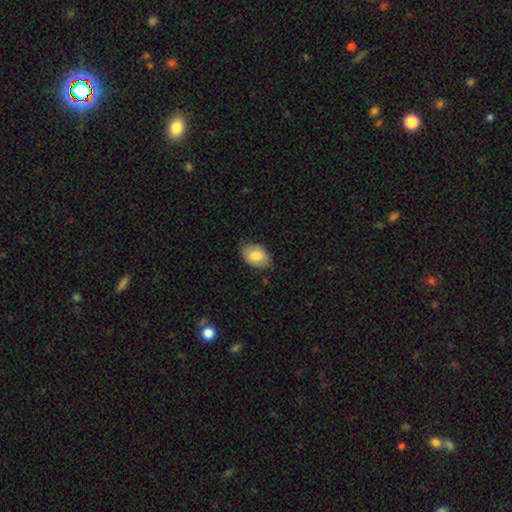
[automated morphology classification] Smooth or featured: smooth — 79% (featured or disk — 15%)
How rounded: in between — 86% (round — 13%)
Merging: none — 76% (minor disturbance — 19%)